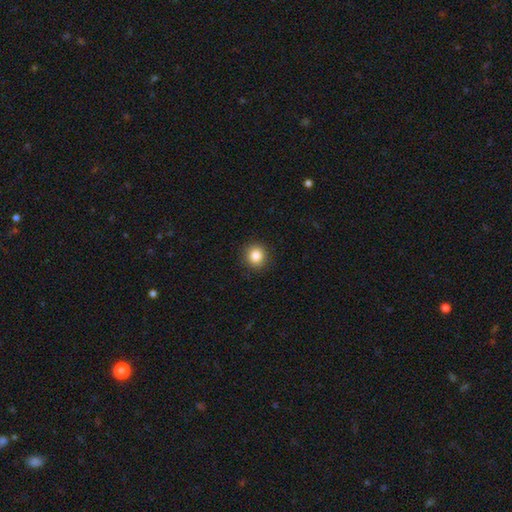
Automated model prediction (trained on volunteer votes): This appears to be a smooth galaxy with no disk features (85%) that is round (90%). Merging: none (91%).